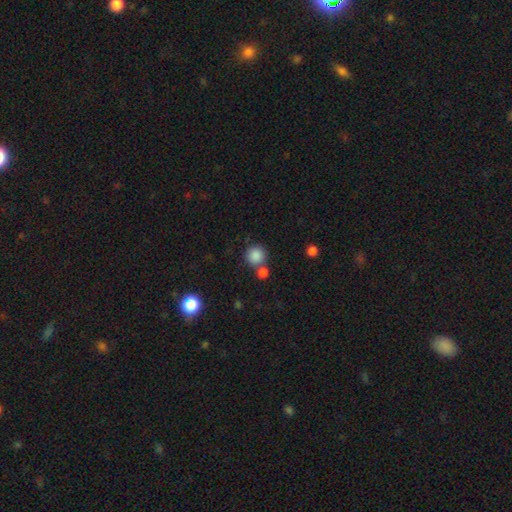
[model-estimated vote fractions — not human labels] Smooth or featured?
  - smooth: 86% *
  - star or artifact: 10%
  - featured or disk: 4%
How rounded?
  - round: 93% *
  - in between: 7%
  - cigar-shaped: 1%
Merging?
  - none: 67% *
  - merger: 21%
  - minor disturbance: 9%
  - major disturbance: 3%